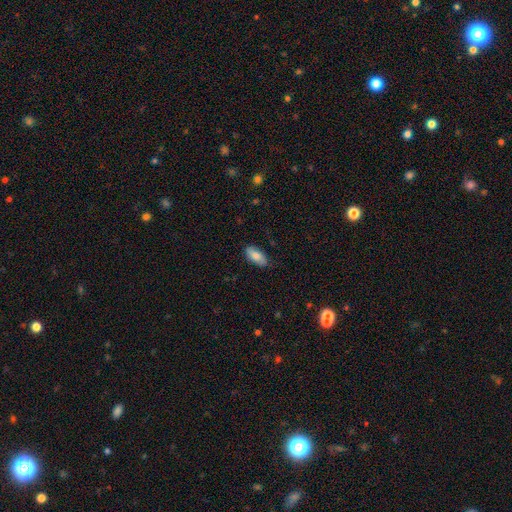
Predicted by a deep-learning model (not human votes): Q: Smooth or featured?
A: smooth (80%); runner-up: featured or disk (14%)
Q: How rounded?
A: in between (87%); runner-up: cigar-shaped (10%)
Q: Merging?
A: none (84%); runner-up: minor disturbance (13%)